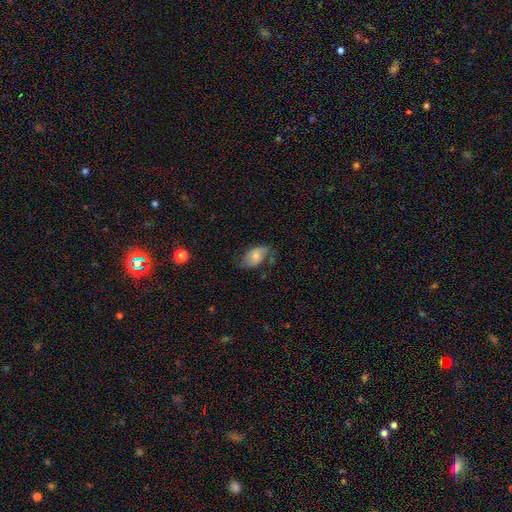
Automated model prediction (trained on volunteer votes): This appears to be a smooth galaxy with no disk features (52%) that is in between round and cigar-shaped (91%). Merging: none (57%).